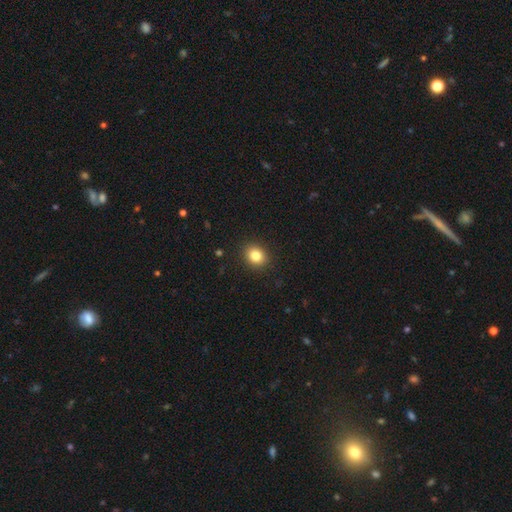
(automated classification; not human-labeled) A smooth galaxy with no disk features (83%) that is round (62%).

Vote fractions:
- Smooth or featured? smooth: 83% / star or artifact: 10% / featured or disk: 6%
- How rounded? round: 62% / in between: 37% / cigar-shaped: 1%
- Merging? none: 90% / minor disturbance: 7% / major disturbance: 2% / merger: 1%